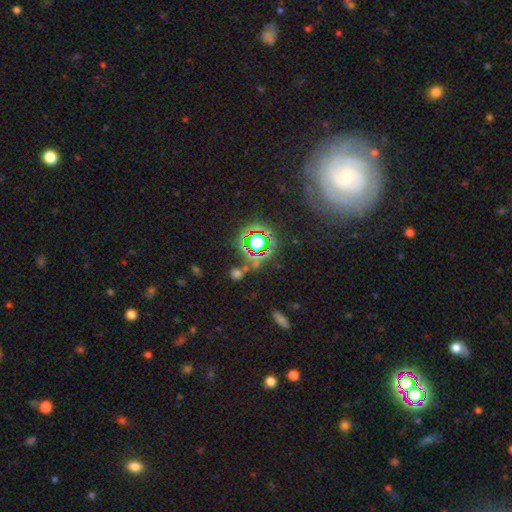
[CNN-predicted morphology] Smooth or featured? star or artifact (58%)